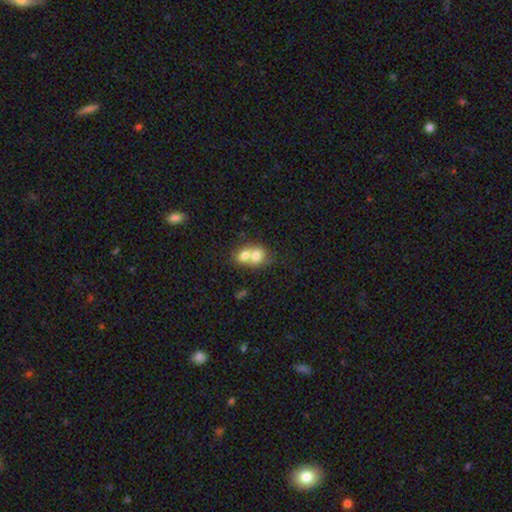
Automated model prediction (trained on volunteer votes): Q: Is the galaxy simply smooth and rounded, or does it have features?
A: smooth — 71%.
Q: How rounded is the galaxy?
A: round — 56%.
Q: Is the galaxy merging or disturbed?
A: merger — 76%.